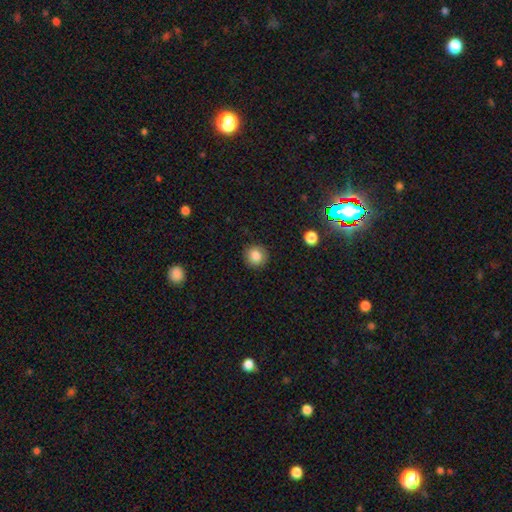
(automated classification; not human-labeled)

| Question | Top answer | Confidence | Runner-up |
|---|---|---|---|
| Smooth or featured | smooth | 83% | star or artifact (10%) |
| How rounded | round | 93% | in between (6%) |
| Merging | none | 89% | minor disturbance (8%) |